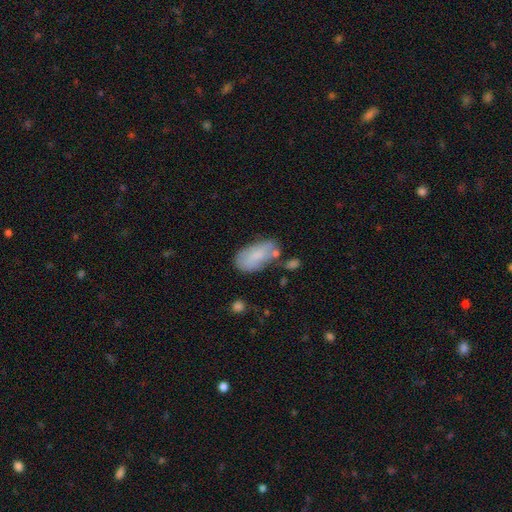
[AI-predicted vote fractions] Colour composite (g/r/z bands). It shows a smooth galaxy with no disk features (73%) that is in between round and cigar-shaped (93%). Merging: none (53%).